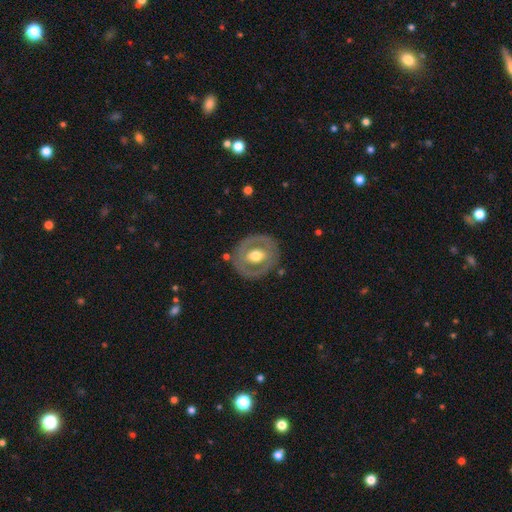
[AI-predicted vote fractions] Overall: featured or disk (62%; smooth 33%). Edge-on disk: no (95%). Bar: no (49%; weak 34%). Spiral arms: no (72%). Bulge size: moderate (70%). Merging: none (79%).